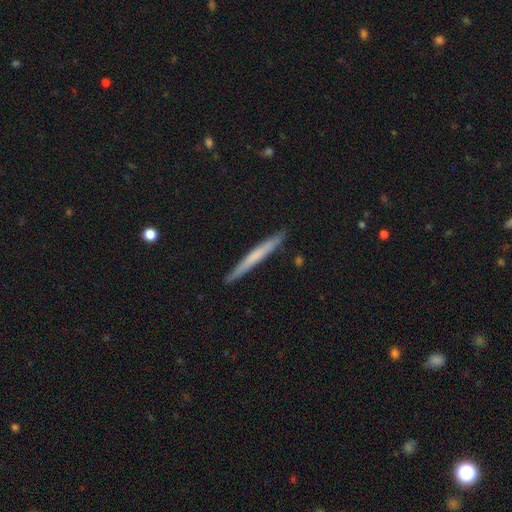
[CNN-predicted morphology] type=smooth (56%); roundness=cigar-shaped (97%); merging=none (91%).